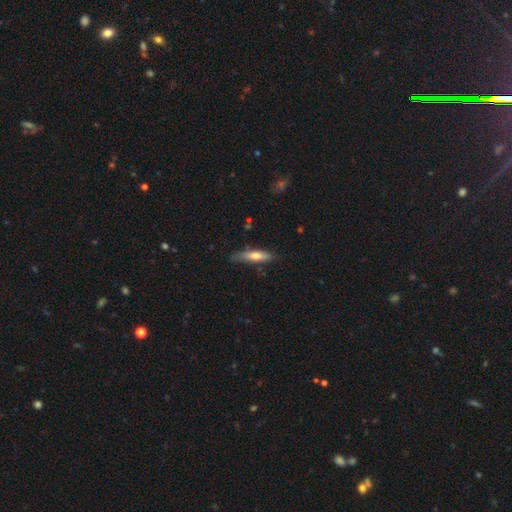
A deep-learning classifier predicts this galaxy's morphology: Smooth or featured? Predicted: smooth (p=0.63). How rounded? Predicted: cigar-shaped (p=0.78). Merging? Predicted: none (p=0.74).